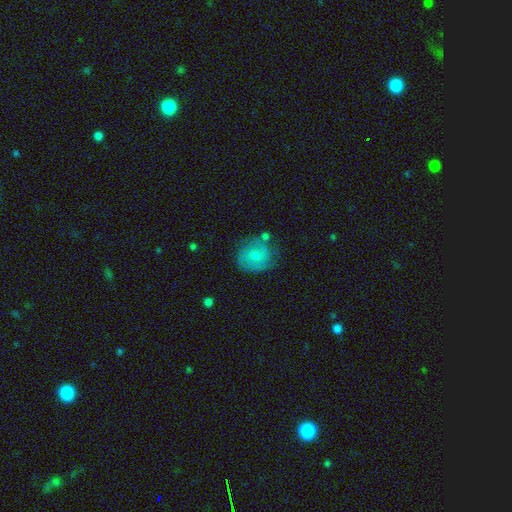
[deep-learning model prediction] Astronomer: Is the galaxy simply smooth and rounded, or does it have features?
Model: smooth — 64%.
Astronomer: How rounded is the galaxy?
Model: round — 77%.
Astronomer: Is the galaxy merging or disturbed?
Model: none — 61%.